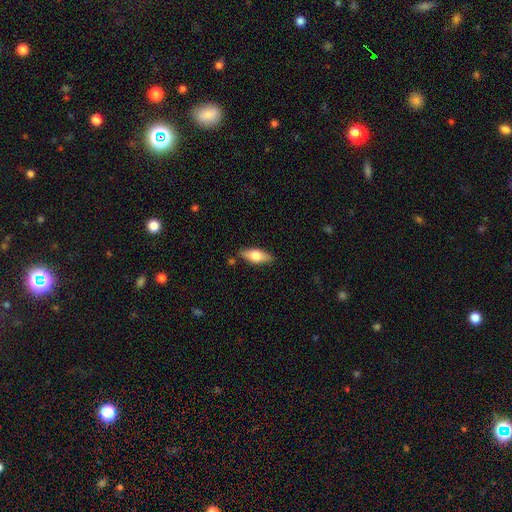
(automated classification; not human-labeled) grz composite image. It shows a smooth galaxy with no disk features (62%) that is in between round and cigar-shaped (74%). Merging: none (83%).